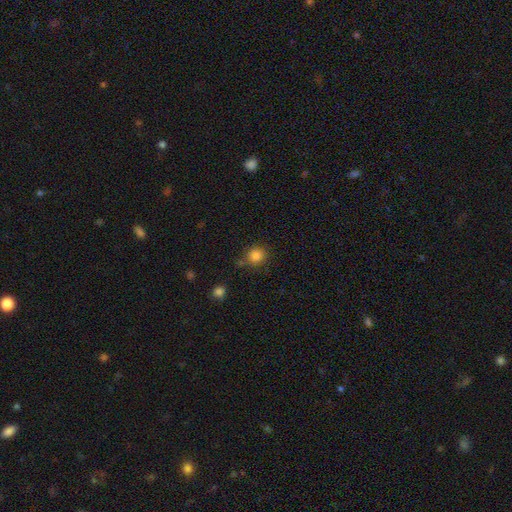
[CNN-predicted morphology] This is clearly a smooth galaxy (83%). How rounded: clearly round (84%). Merging: likely none (76%).